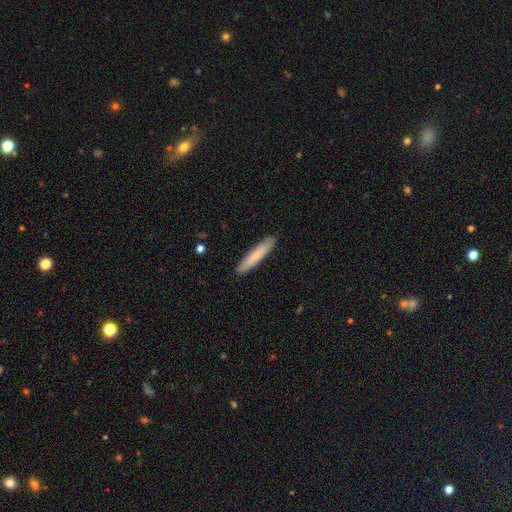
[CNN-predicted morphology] type=smooth (79%); roundness=cigar-shaped (92%); merging=none (91%).